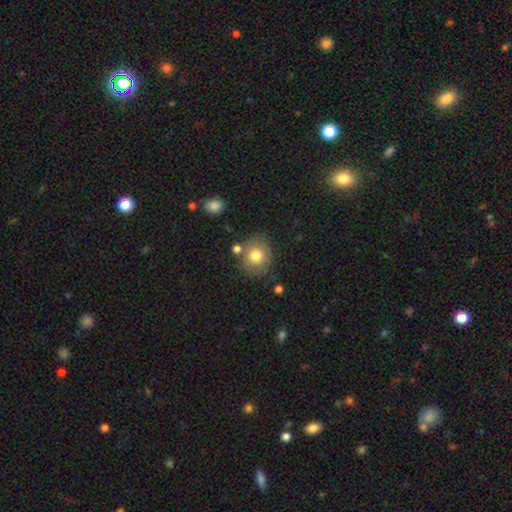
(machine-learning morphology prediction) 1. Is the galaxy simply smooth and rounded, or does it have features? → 78% smooth, 12% featured or disk, 10% star or artifact.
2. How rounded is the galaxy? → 78% round, 21% in between, 1% cigar-shaped.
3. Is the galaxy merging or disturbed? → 74% none, 13% minor disturbance, 9% merger, 4% major disturbance.